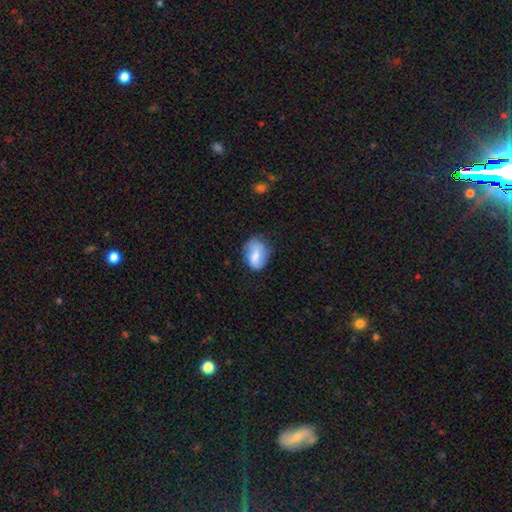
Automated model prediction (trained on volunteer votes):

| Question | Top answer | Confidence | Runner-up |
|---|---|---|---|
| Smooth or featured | smooth | 68% | featured or disk (24%) |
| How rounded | in between | 77% | round (22%) |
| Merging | none | 57% | minor disturbance (31%) |